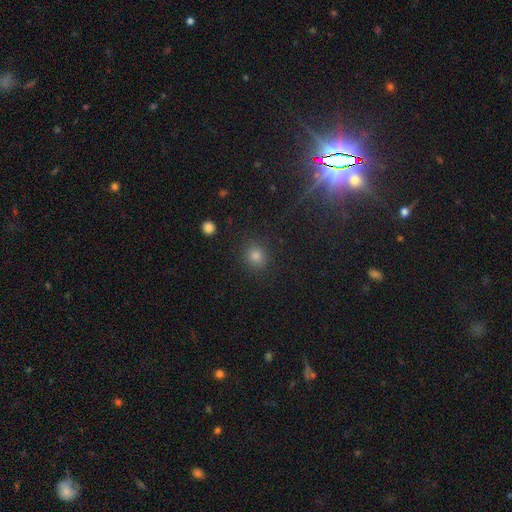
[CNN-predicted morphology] Smooth or featured? smooth (74%)
How rounded? round (84%)
Merging? none (89%)